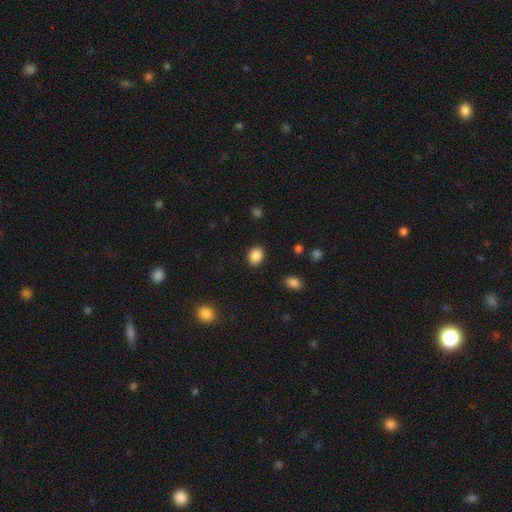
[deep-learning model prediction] A smooth galaxy with no disk features (87%) that is in between round and cigar-shaped (57%). Merging: none (89%).